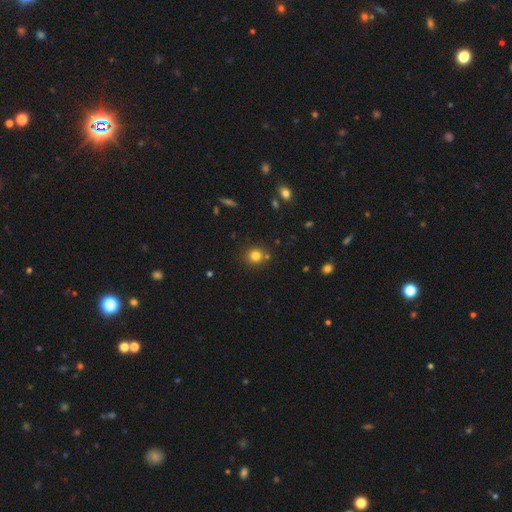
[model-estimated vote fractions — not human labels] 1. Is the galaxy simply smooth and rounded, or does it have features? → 80% smooth, 14% star or artifact, 6% featured or disk.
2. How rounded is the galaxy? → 86% round, 13% in between, 1% cigar-shaped.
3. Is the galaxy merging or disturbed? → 79% none, 9% minor disturbance, 8% merger, 3% major disturbance.